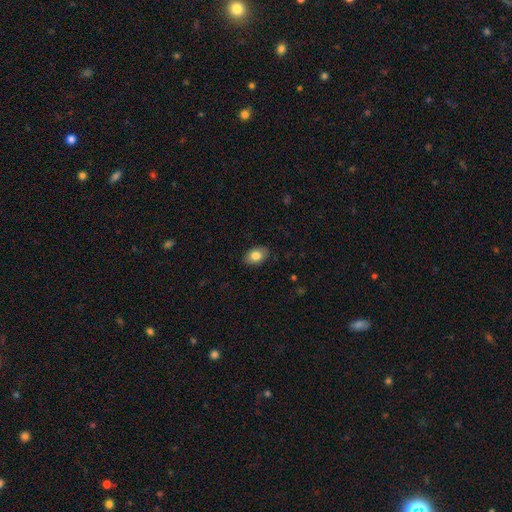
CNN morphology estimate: smooth-or-featured: smooth: 81% | featured or disk: 11% | star or artifact: 7%
  how-rounded: in between: 85% | round: 14% | cigar-shaped: 1%
  merging: none: 88% | minor disturbance: 9% | major disturbance: 2% | merger: 1%